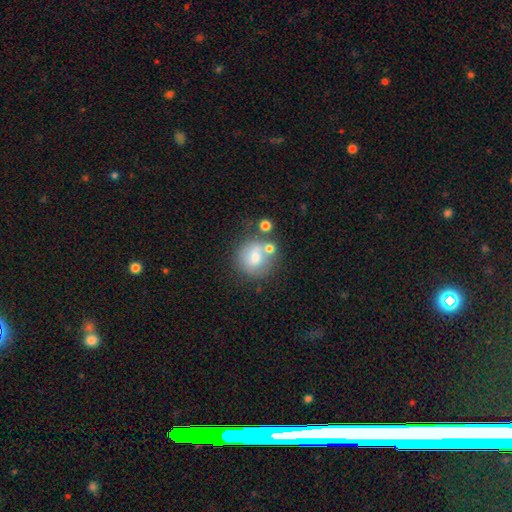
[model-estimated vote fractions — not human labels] Smooth or featured? smooth (69%)
How rounded? round (86%)
Merging? none (58%)